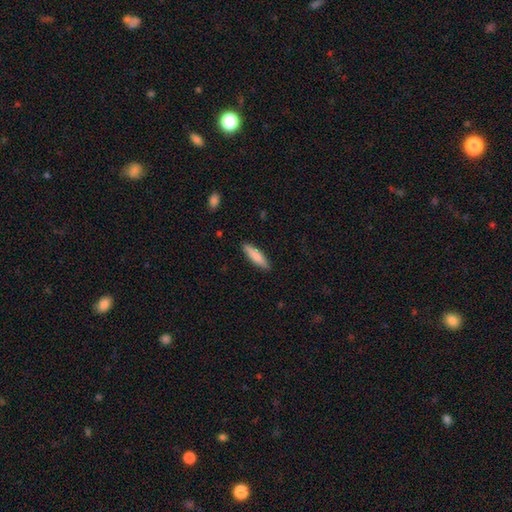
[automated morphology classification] The model was most divided on "how rounded": cigar-shaped: 72%, in between: 27%, round: 1%. More confident: merging — none (88%); smooth or featured — smooth (80%).